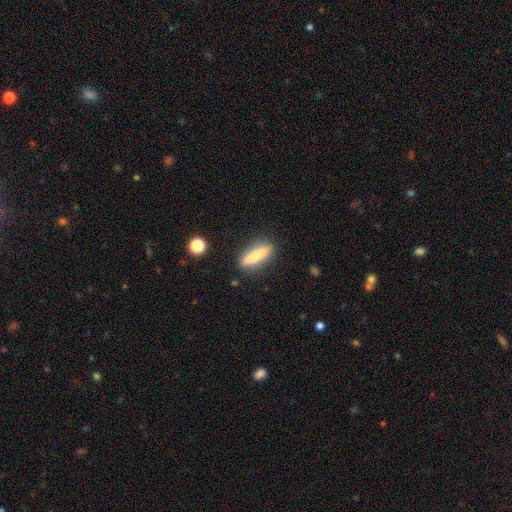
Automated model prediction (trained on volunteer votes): Smooth or featured? smooth (64%)
How rounded? cigar-shaped (77%)
Merging? none (87%)